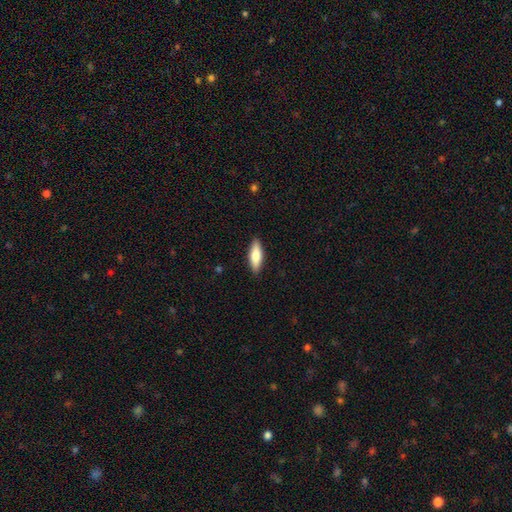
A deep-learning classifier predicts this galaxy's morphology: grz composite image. It shows a smooth galaxy with no disk features (75%) that is in between round and cigar-shaped (53%). Merging: none (89%).